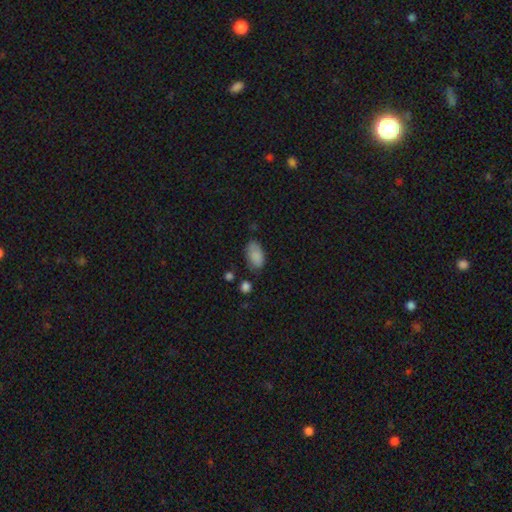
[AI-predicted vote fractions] This is clearly a smooth galaxy (86%). How rounded: clearly in between (93%). Merging: likely none (66%).